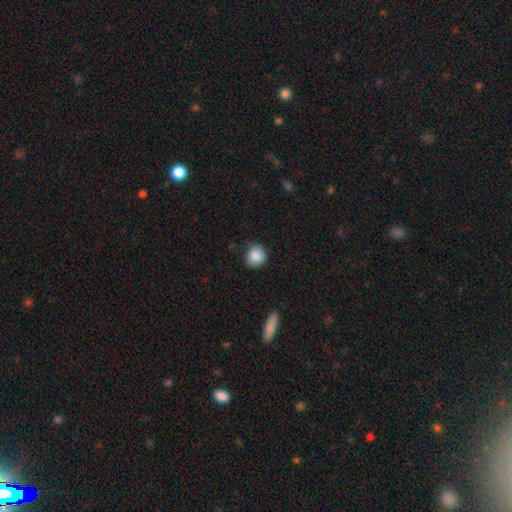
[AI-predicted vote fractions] smooth_or_featured: smooth (p=0.87) [alt: star or artifact p=0.08]
how_rounded: round (p=0.84) [alt: in between p=0.15]
merging: none (p=0.72) [alt: minor disturbance p=0.23]